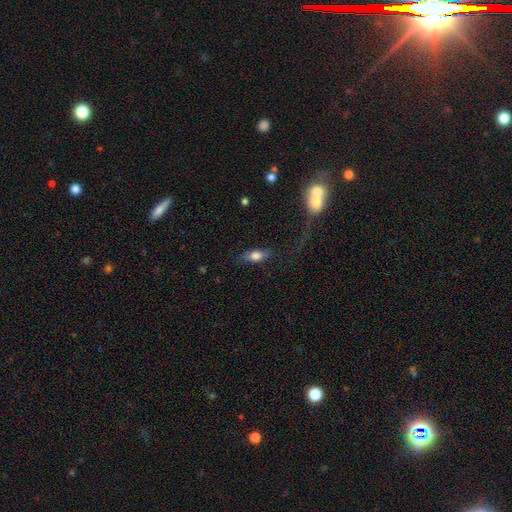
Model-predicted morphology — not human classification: A smooth galaxy with no disk features (73%) that is in between round and cigar-shaped (76%). Merging: none (74%).